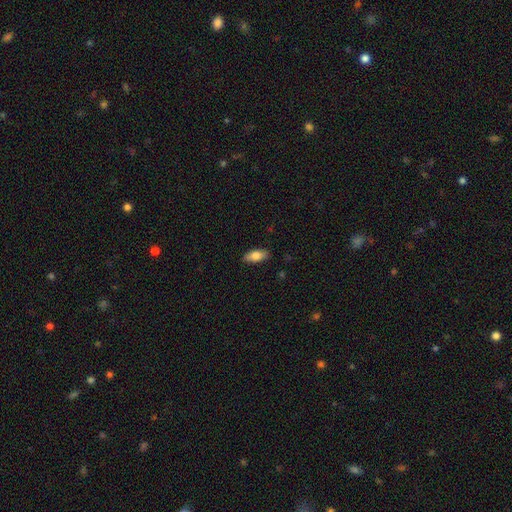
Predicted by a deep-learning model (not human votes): Morphology: type=smooth (79%); roundness=in between (82%); merging=none (87%).